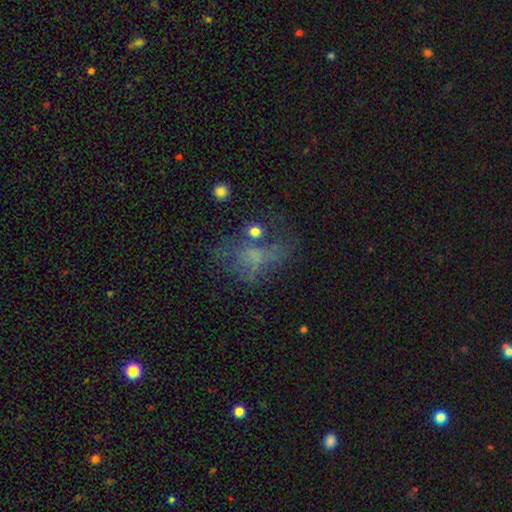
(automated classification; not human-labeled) Overall: smooth (40%; featured or disk 39%). Merging: none (37%; major disturbance 36%).